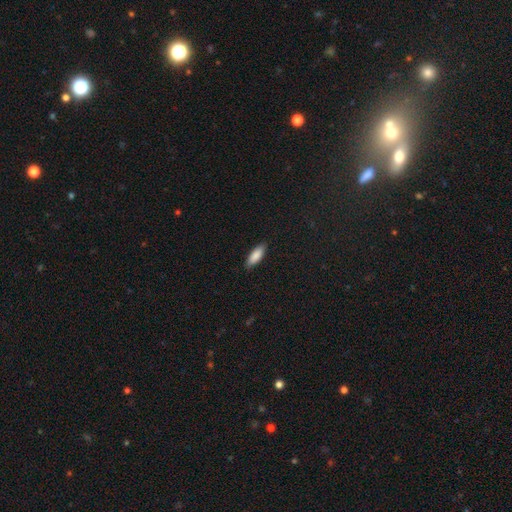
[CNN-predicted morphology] This is clearly a smooth galaxy (87%). How rounded: likely in between (66%). Merging: clearly none (87%).